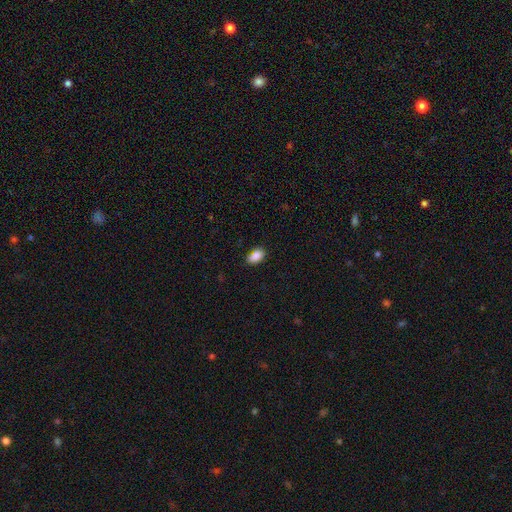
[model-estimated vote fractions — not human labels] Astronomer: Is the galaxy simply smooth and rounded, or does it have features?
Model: smooth — 87%.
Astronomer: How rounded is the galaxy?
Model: in between — 89%.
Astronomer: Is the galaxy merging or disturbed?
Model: none — 79%.